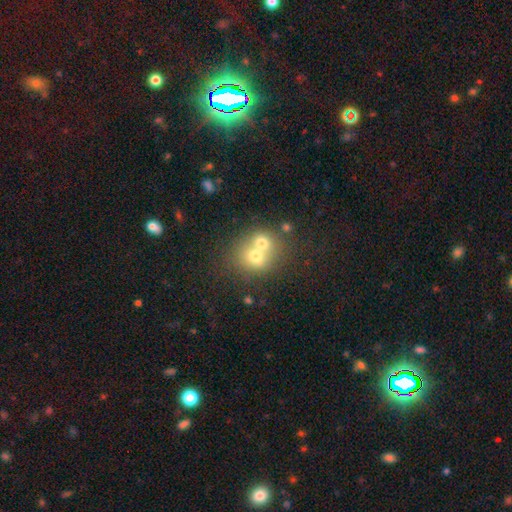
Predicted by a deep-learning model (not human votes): A smooth galaxy with no disk features (65%) that is round (72%).

Vote fractions:
- Smooth or featured? smooth: 65% / featured or disk: 23% / star or artifact: 12%
- How rounded? round: 72% / in between: 27% / cigar-shaped: 1%
- Merging? merger: 63% / none: 28% / minor disturbance: 6% / major disturbance: 3%